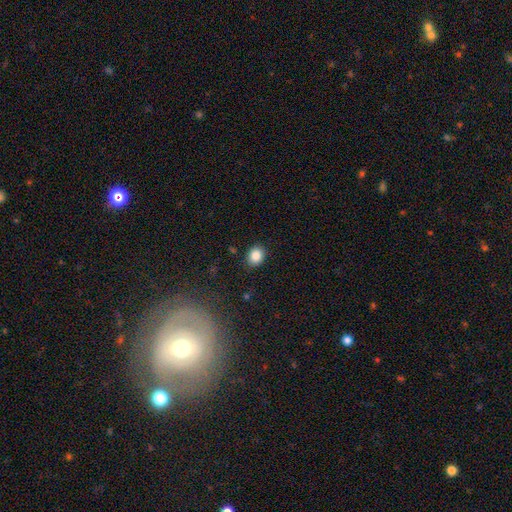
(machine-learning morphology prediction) smooth-or-featured: smooth: 85% | star or artifact: 10% | featured or disk: 5%
  how-rounded: round: 56% | in between: 43% | cigar-shaped: 1%
  merging: none: 87% | minor disturbance: 9% | major disturbance: 2% | merger: 1%